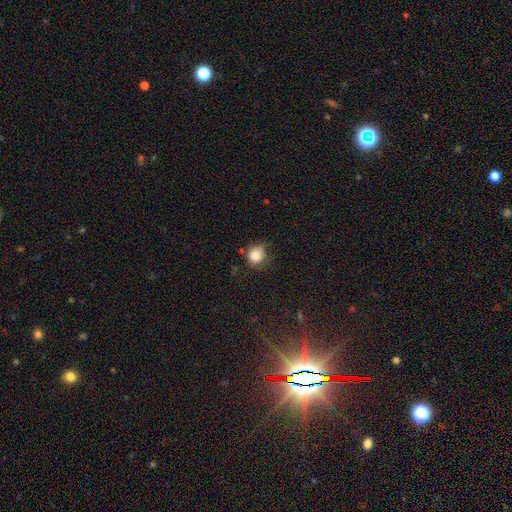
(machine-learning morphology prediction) smooth_or_featured: smooth (p=0.84) [alt: star or artifact p=0.11]
how_rounded: round (p=0.85) [alt: in between p=0.14]
merging: none (p=0.64) [alt: minor disturbance p=0.27]